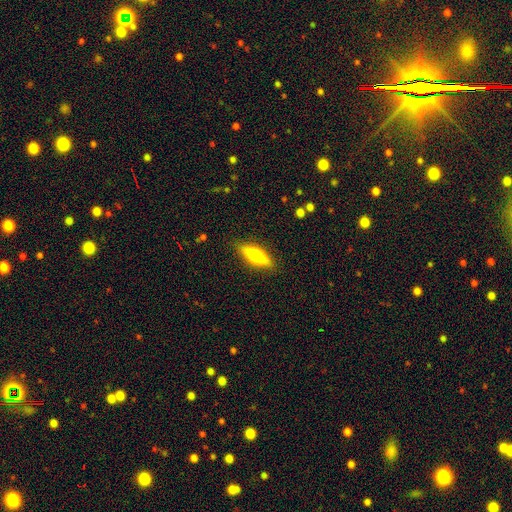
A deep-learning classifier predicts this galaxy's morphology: A smooth galaxy with no disk features (61%) that is cigar-shaped (60%).

Vote fractions:
- Smooth or featured? smooth: 61% / featured or disk: 32% / star or artifact: 6%
- How rounded? cigar-shaped: 60% / in between: 38% / round: 2%
- Merging? none: 87% / minor disturbance: 9% / major disturbance: 2% / merger: 1%